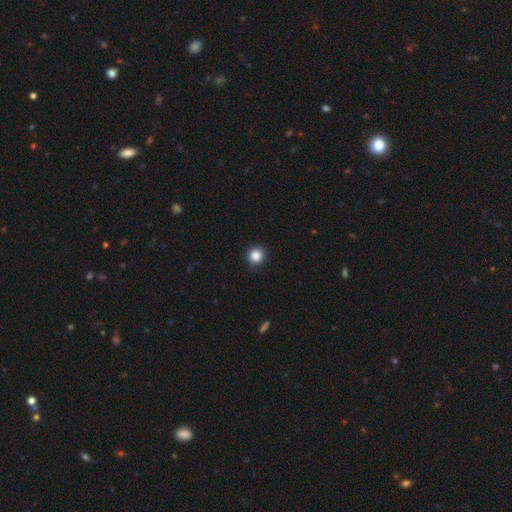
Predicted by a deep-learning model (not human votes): The model was most divided on "smooth or featured": smooth: 86%, star or artifact: 11%, featured or disk: 3%. More confident: how rounded — round (94%); merging — none (92%).